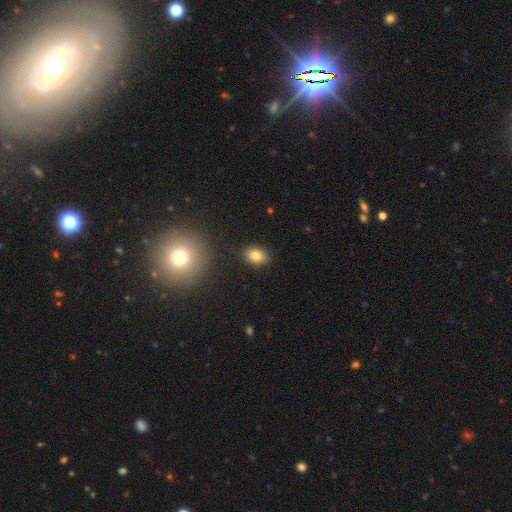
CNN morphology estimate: smooth 82%, star or artifact 10%, featured or disk 8%. Down the decision tree: how rounded — in between (72%); merging — none (88%).